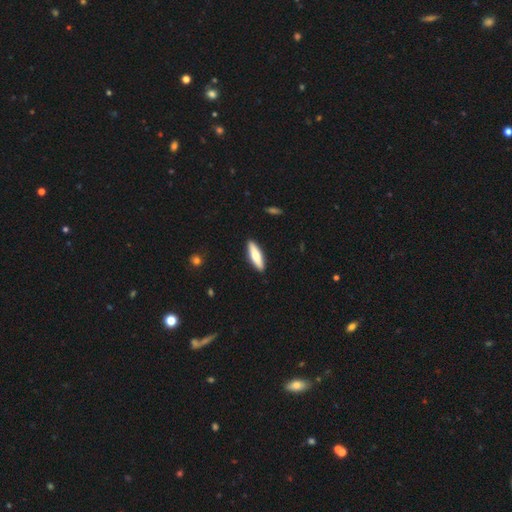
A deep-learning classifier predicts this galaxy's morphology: smooth 67%, featured or disk 28%, star or artifact 5%. Down the decision tree: how rounded — cigar-shaped (67%); merging — none (90%).